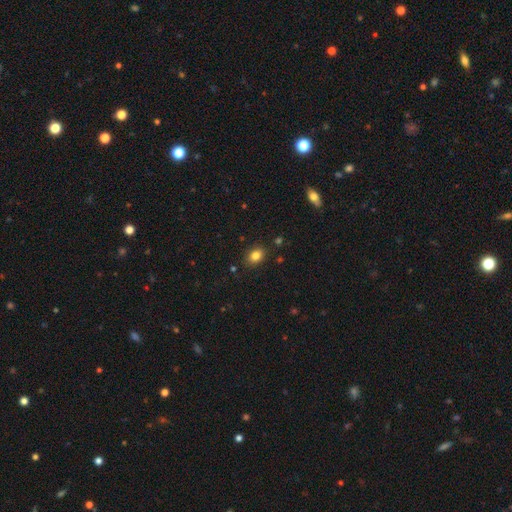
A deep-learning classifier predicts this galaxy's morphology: Smooth or featured? Predicted: smooth (p=0.83). How rounded? Predicted: in between (p=0.60). Merging? Predicted: none (p=0.87).